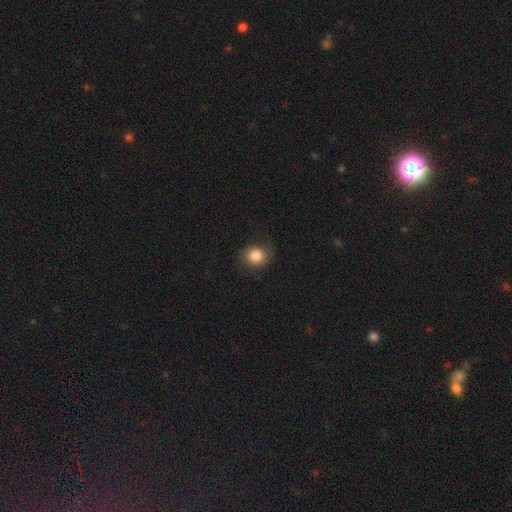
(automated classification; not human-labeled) Smooth or featured?
  - smooth: 84% *
  - star or artifact: 9%
  - featured or disk: 7%
How rounded?
  - round: 80% *
  - in between: 19%
  - cigar-shaped: 1%
Merging?
  - none: 77% *
  - minor disturbance: 16%
  - major disturbance: 6%
  - merger: 1%